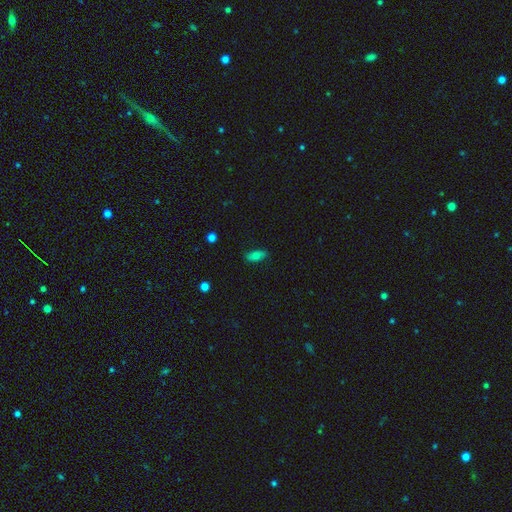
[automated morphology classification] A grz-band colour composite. It shows a smooth galaxy with no disk features (73%) that is in between round and cigar-shaped (83%). Merging: none (81%).